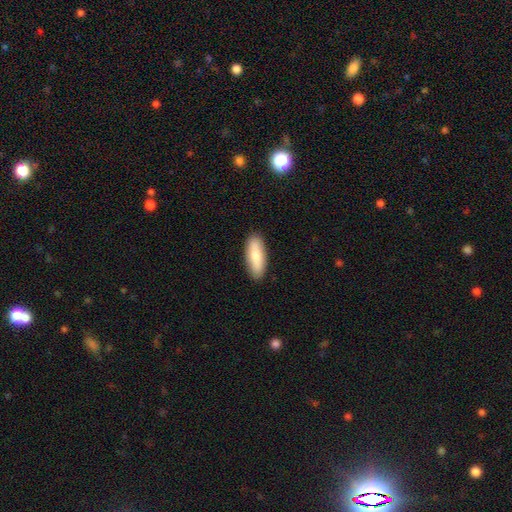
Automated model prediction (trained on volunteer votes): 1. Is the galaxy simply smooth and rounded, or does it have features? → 79% smooth, 16% featured or disk, 5% star or artifact.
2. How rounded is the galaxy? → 63% in between, 35% cigar-shaped, 2% round.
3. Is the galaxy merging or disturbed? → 89% none, 8% minor disturbance, 2% major disturbance, 1% merger.